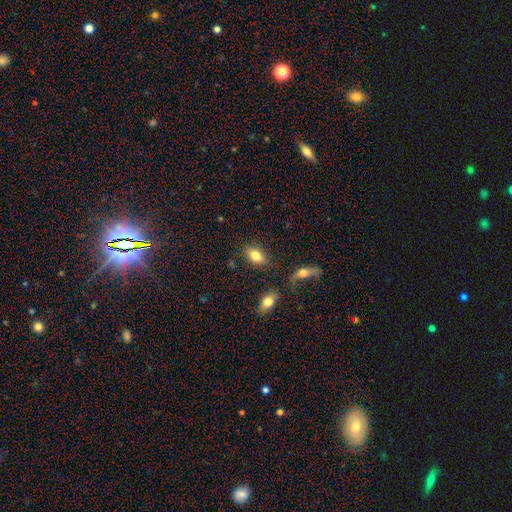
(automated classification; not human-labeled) smooth 82%, featured or disk 10%, star or artifact 8%. Down the decision tree: how rounded — in between (85%); merging — none (78%).